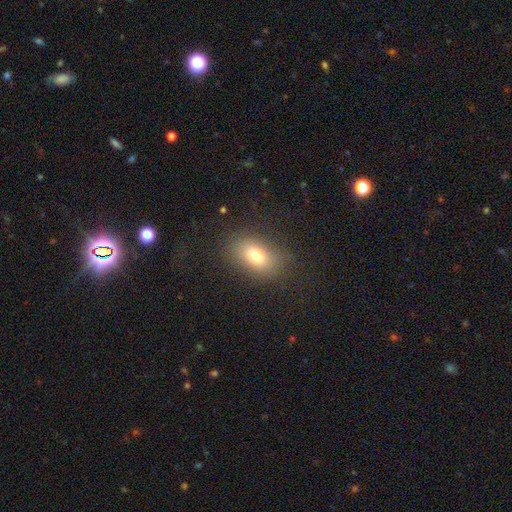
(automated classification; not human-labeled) Overall: smooth (76%). How rounded: in between (83%). Merging: none (81%).